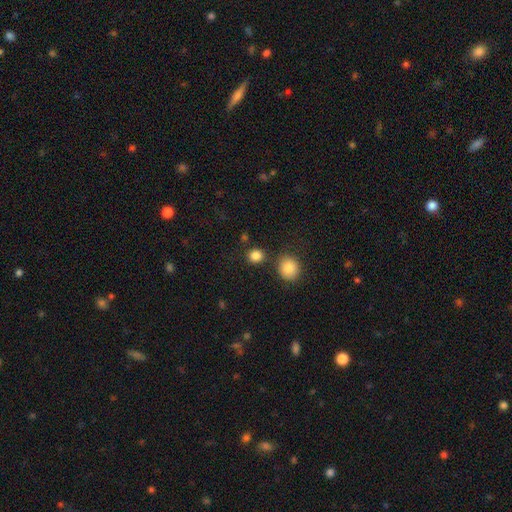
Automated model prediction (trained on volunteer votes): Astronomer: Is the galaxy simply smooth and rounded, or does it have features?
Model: smooth — 85%.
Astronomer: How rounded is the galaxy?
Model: round — 85%.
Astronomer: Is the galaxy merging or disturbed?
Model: none — 81%.